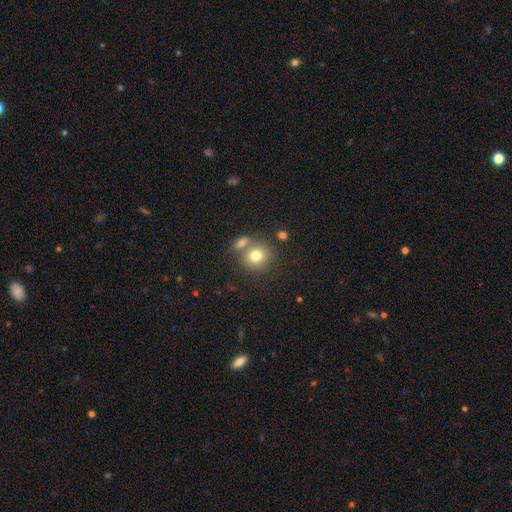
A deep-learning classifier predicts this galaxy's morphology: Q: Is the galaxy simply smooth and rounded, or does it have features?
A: smooth — 78%.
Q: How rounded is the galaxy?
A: round — 84%.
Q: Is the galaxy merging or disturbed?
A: none — 60%.